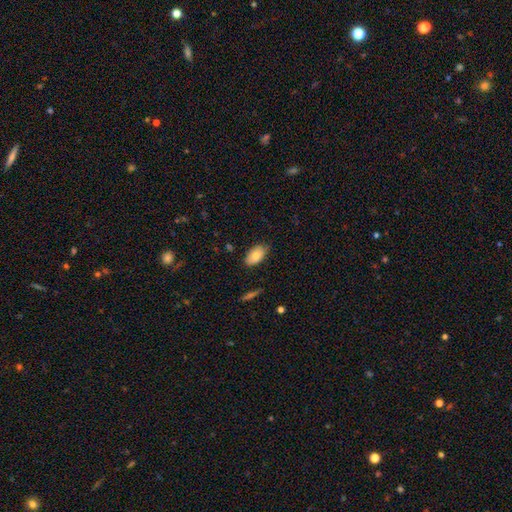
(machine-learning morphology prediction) Smooth or featured?
  - smooth: 82% *
  - featured or disk: 11%
  - star or artifact: 7%
How rounded?
  - in between: 94% *
  - round: 4%
  - cigar-shaped: 2%
Merging?
  - none: 79% *
  - minor disturbance: 17%
  - major disturbance: 3%
  - merger: 1%